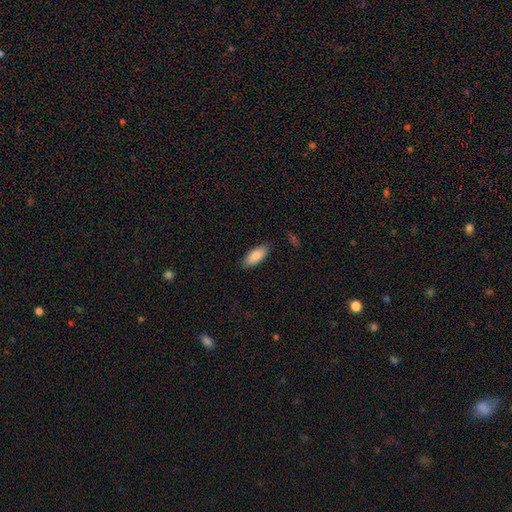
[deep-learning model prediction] smooth-or-featured: smooth: 88% | featured or disk: 7% | star or artifact: 6%
  how-rounded: in between: 81% | cigar-shaped: 17% | round: 2%
  merging: none: 86% | minor disturbance: 10% | major disturbance: 2% | merger: 1%